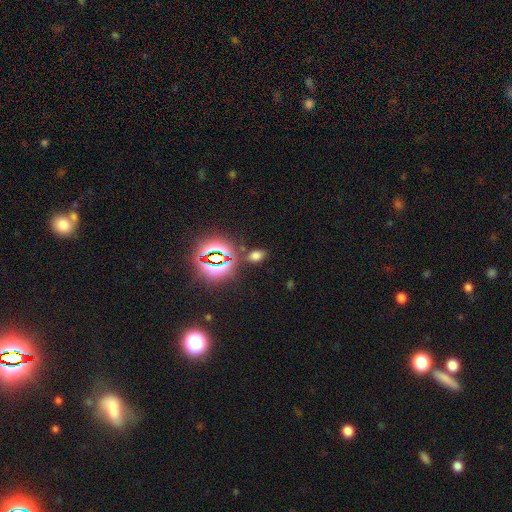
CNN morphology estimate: Overall: smooth (58%; star or artifact 35%). How rounded: in between (83%). Merging: none (80%).